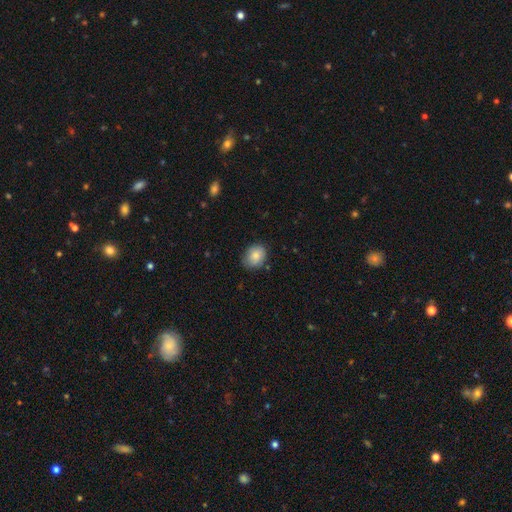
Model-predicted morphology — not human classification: This is clearly a smooth galaxy (84%). How rounded: possibly in between (54%). Merging: likely none (79%).